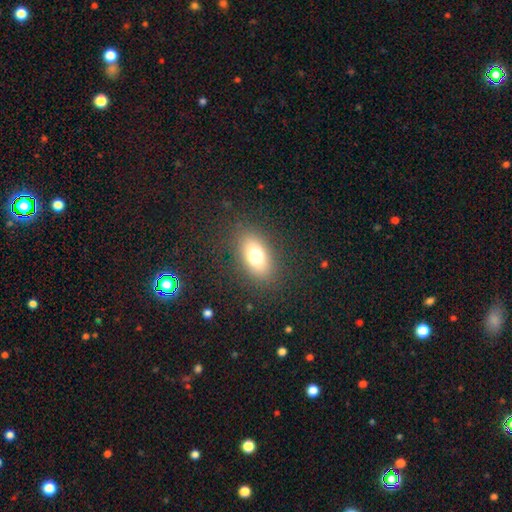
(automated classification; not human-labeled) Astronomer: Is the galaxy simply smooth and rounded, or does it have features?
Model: smooth — 71%.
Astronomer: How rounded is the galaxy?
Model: in between — 84%.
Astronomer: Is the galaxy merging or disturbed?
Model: none — 84%.